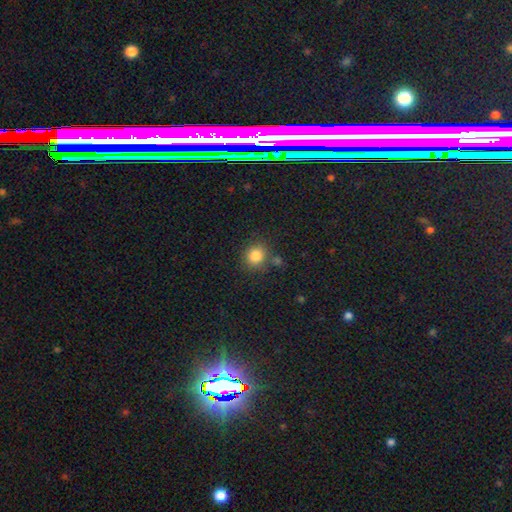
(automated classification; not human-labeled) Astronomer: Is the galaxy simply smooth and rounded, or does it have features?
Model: smooth — 84%.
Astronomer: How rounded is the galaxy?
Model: round — 85%.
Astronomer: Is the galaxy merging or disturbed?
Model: none — 78%.